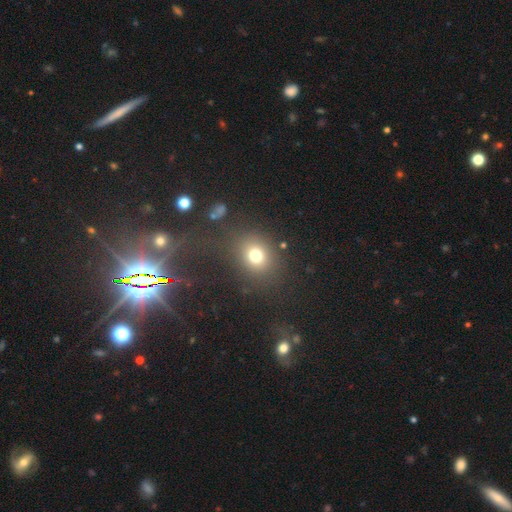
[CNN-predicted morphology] smooth_or_featured: smooth (p=0.75) [alt: star or artifact p=0.16]
how_rounded: round (p=0.67) [alt: in between p=0.32]
merging: none (p=0.75) [alt: minor disturbance p=0.11]